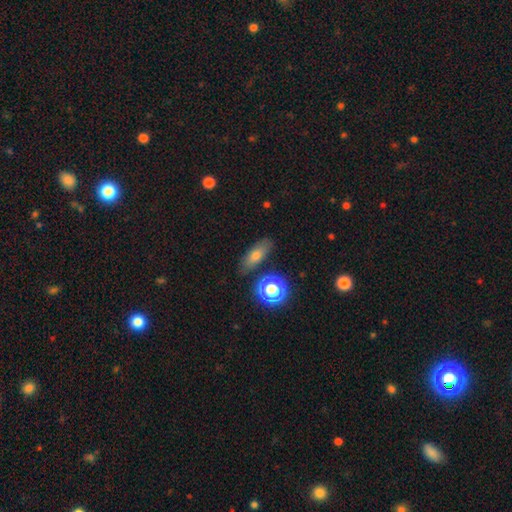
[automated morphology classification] smooth 67%, featured or disk 18%, star or artifact 15%. Down the decision tree: how rounded — in between (59%); merging — none (83%).